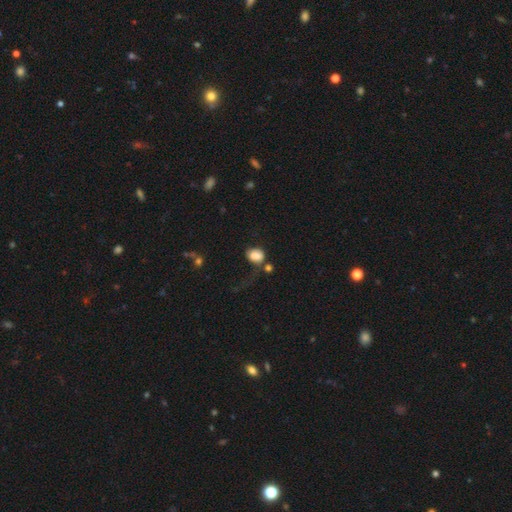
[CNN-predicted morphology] This is likely a smooth galaxy (80%). How rounded: likely in between (64%). Merging: marginally none (35%).